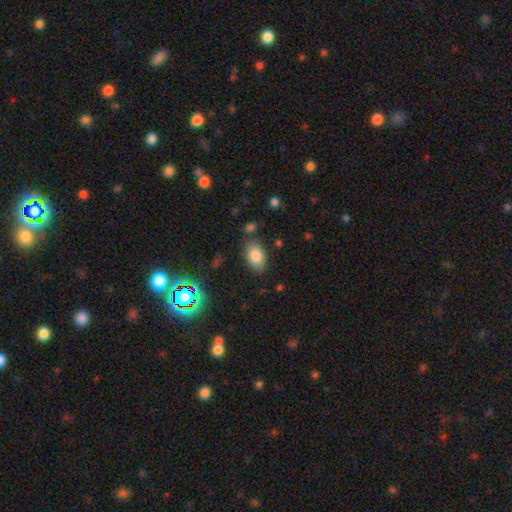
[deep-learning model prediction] smooth_or_featured: smooth (p=0.83) [alt: star or artifact p=0.09]
how_rounded: in between (p=0.90) [alt: round p=0.09]
merging: none (p=0.80) [alt: minor disturbance p=0.13]